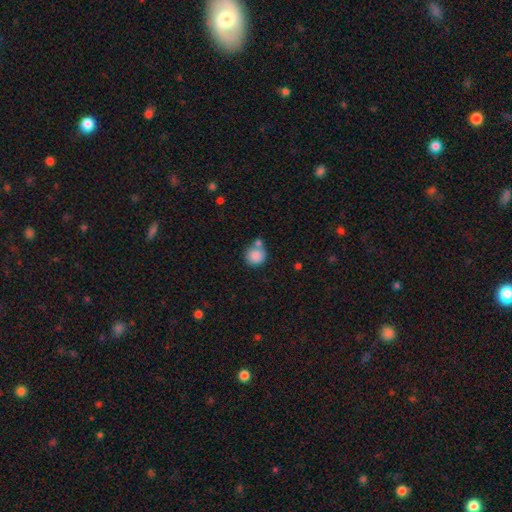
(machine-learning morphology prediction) This is clearly a smooth galaxy (86%). How rounded: clearly round (89%). Merging: possibly none (59%).